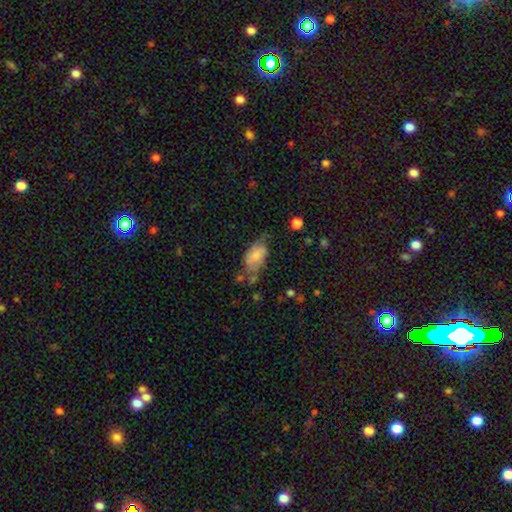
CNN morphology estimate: Smooth or featured: smooth — 65% (featured or disk — 27%)
How rounded: in between — 91% (round — 6%)
Merging: minor disturbance — 36% (none — 31%)